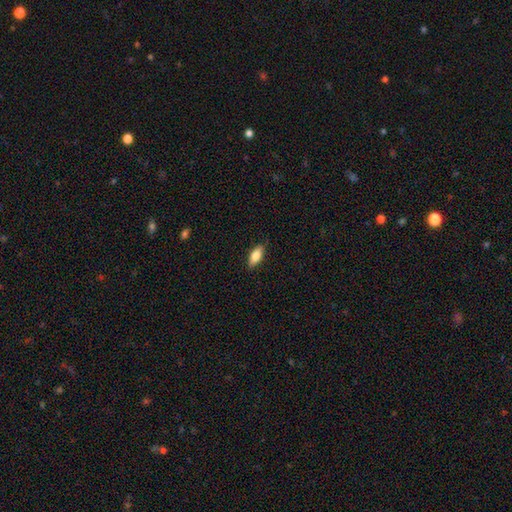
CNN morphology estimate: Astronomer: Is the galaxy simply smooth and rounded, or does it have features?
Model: smooth — 81%.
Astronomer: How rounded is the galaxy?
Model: in between — 82%.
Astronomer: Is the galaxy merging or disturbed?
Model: none — 87%.